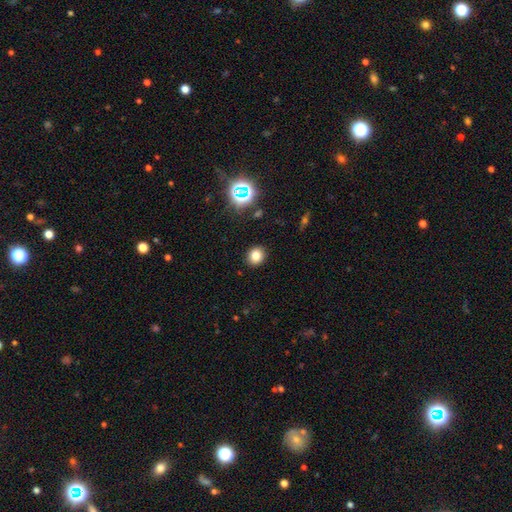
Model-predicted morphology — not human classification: This is likely a smooth galaxy (78%). How rounded: clearly round (81%). Merging: clearly none (91%).